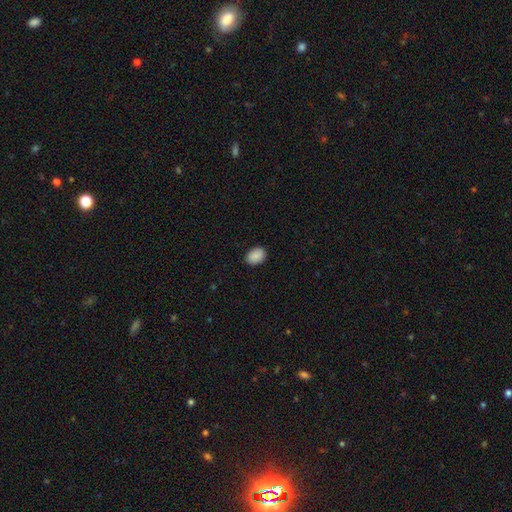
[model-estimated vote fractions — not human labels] Smooth or featured? Predicted: smooth (p=0.90). How rounded? Predicted: in between (p=0.70). Merging? Predicted: none (p=0.89).